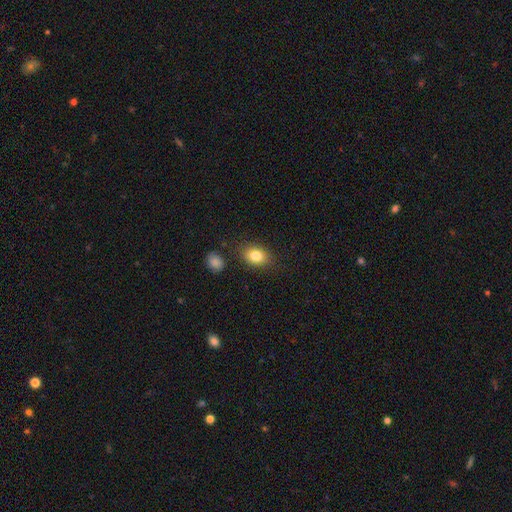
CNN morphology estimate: A smooth galaxy with no disk features (82%) that is in between round and cigar-shaped (71%).

Vote fractions:
- Smooth or featured? smooth: 82% / star or artifact: 9% / featured or disk: 9%
- How rounded? in between: 71% / round: 28% / cigar-shaped: 1%
- Merging? none: 82% / minor disturbance: 12% / merger: 3% / major disturbance: 3%